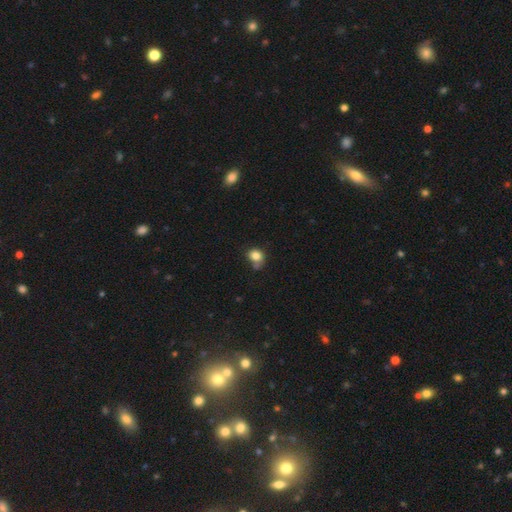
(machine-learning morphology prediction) Overall: smooth (81%). How rounded: round (64%; in between 35%). Merging: none (48%; minor disturbance 29%).